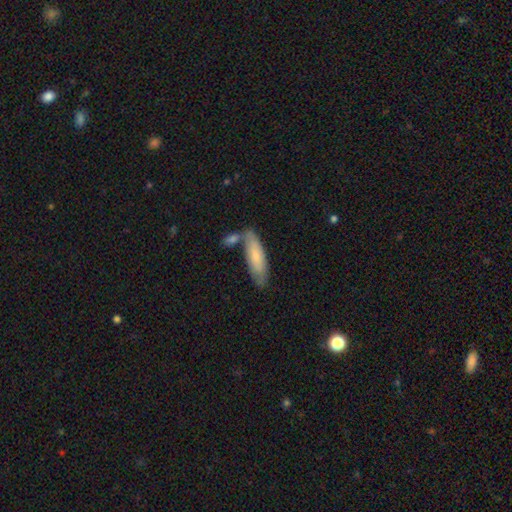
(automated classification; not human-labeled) smooth-or-featured: smooth: 75% | featured or disk: 20% | star or artifact: 5%
  how-rounded: cigar-shaped: 52% | in between: 46% | round: 2%
  merging: none: 61% | minor disturbance: 18% | merger: 17% | major disturbance: 4%